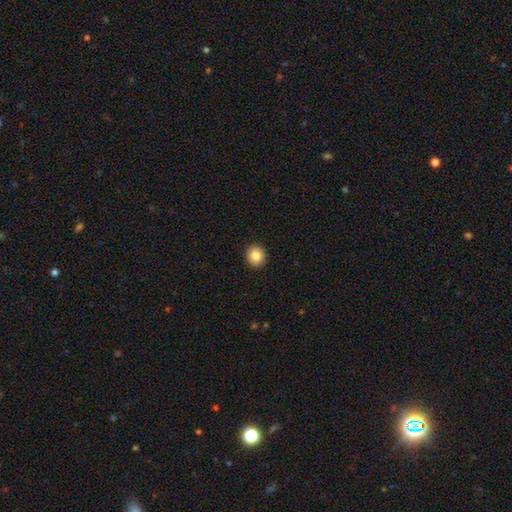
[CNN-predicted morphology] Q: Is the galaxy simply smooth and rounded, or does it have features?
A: smooth — 86%.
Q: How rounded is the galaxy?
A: round — 82%.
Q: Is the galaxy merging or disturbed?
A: none — 92%.